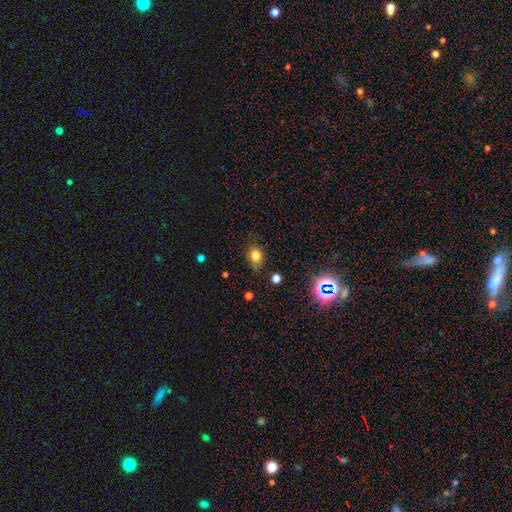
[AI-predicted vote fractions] smooth_or_featured: smooth (p=0.77) [alt: star or artifact p=0.15]
how_rounded: in between (p=0.51) [alt: round p=0.48]
merging: none (p=0.77) [alt: minor disturbance p=0.18]